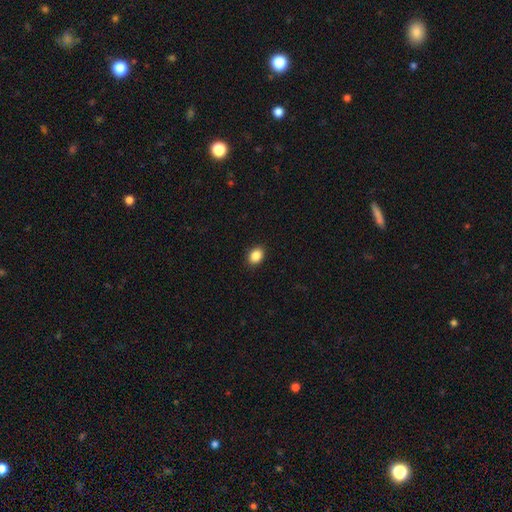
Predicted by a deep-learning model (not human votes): smooth_or_featured: smooth (p=0.88) [alt: star or artifact p=0.09]
how_rounded: in between (p=0.67) [alt: round p=0.32]
merging: none (p=0.89) [alt: minor disturbance p=0.08]